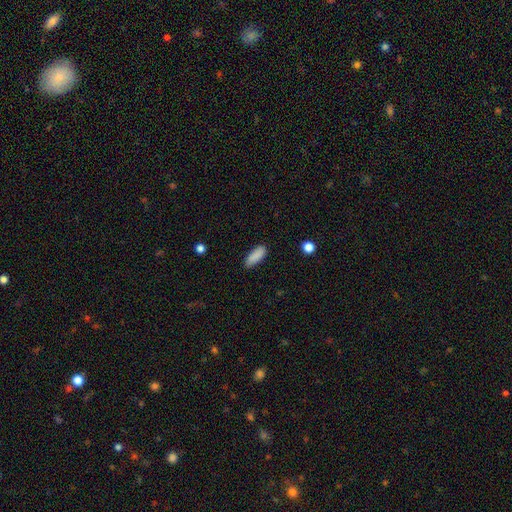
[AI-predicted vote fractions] Smooth or featured? Predicted: smooth (p=0.88). How rounded? Predicted: in between (p=0.68). Merging? Predicted: none (p=0.84).